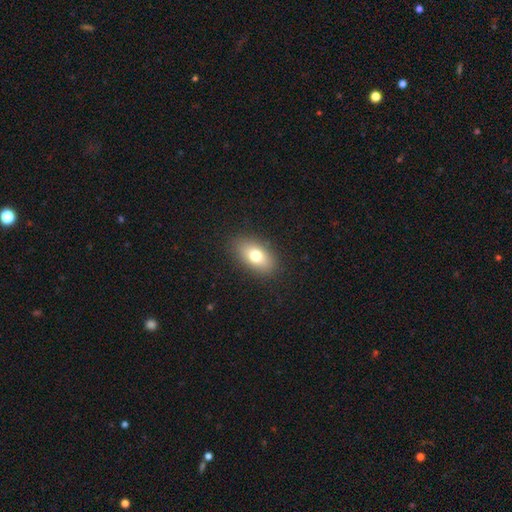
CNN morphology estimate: Overall: smooth (74%). How rounded: in between (88%). Merging: none (87%).